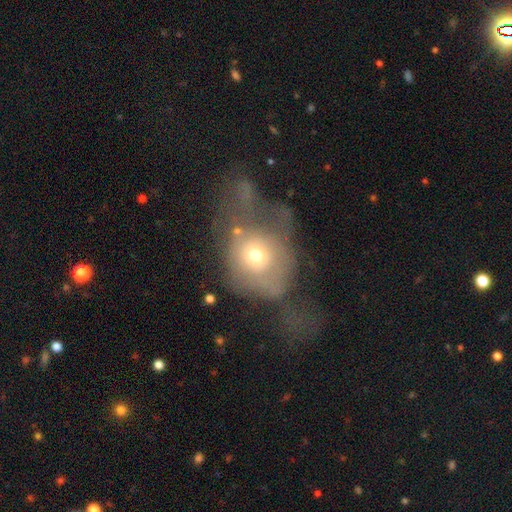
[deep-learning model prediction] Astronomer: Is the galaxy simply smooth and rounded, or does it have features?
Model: smooth — 52% (runner-up: featured or disk, 35%).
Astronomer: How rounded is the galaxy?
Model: round — 62%.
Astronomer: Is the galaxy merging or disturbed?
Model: major disturbance — 59%.